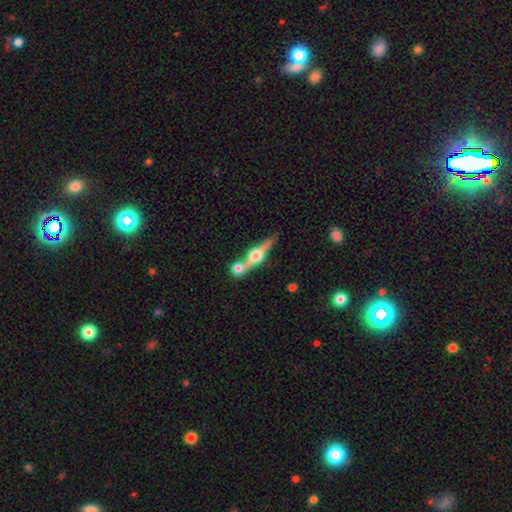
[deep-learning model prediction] Smooth or featured?
  - featured or disk: 75% *
  - smooth: 18%
  - star or artifact: 7%
Edge-on disk?
  - yes: 95% *
  - no: 5%
Edge-on bulge?
  - rounded: 95% *
  - boxy: 3%
  - none: 2%
Merging?
  - none: 55% *
  - merger: 34%
  - minor disturbance: 8%
  - major disturbance: 4%